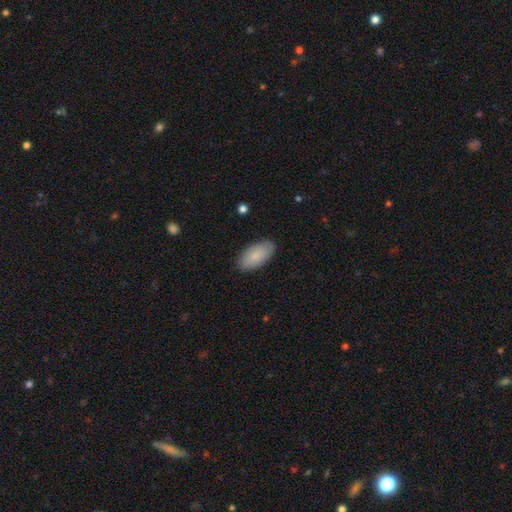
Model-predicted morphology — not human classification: type=smooth (86%); roundness=in between (93%); merging=none (86%).